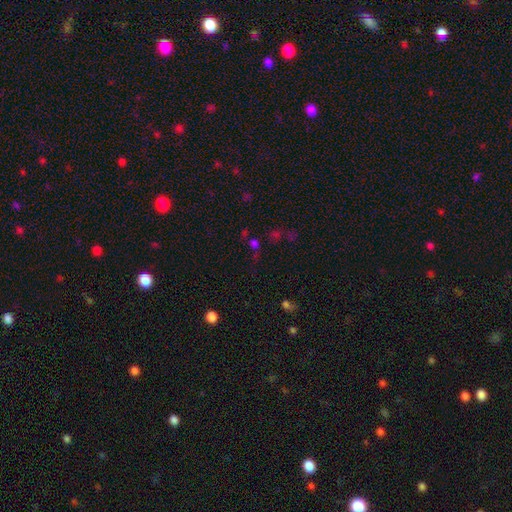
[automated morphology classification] Smooth or featured?
  - star or artifact: 49% *
  - smooth: 41%
  - featured or disk: 9%